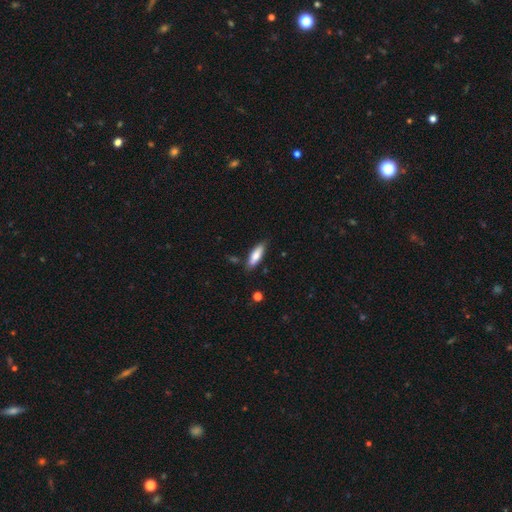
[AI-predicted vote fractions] The model was most divided on "how rounded": in between: 52%, cigar-shaped: 46%, round: 2%. More confident: merging — none (78%); smooth or featured — smooth (77%).